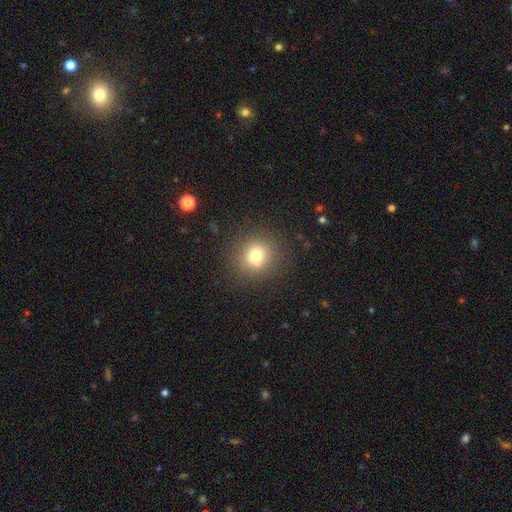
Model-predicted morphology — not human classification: smooth-or-featured: smooth: 72% | star or artifact: 17% | featured or disk: 11%
  how-rounded: round: 90% | in between: 9% | cigar-shaped: 1%
  merging: none: 83% | minor disturbance: 9% | major disturbance: 4% | merger: 4%